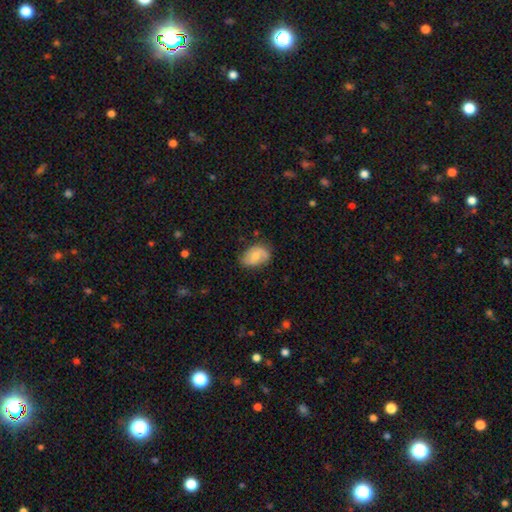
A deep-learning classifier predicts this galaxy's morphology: A smooth galaxy with no disk features (56%) that is in between round and cigar-shaped (83%). Merging: none (67%).